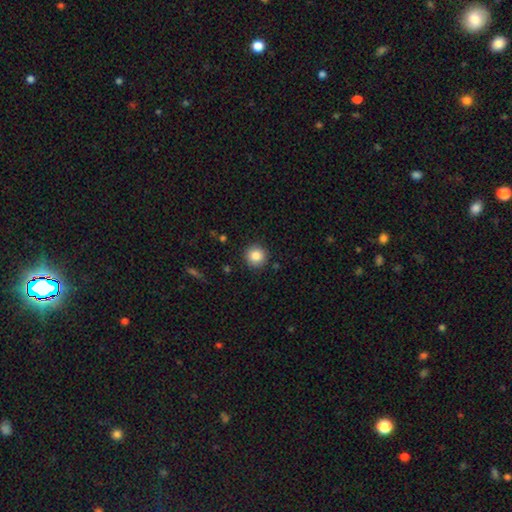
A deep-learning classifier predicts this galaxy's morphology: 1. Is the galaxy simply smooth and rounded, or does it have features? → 86% smooth, 9% star or artifact, 5% featured or disk.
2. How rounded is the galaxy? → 95% round, 4% in between, 1% cigar-shaped.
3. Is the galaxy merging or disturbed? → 91% none, 6% minor disturbance, 2% major disturbance, 1% merger.